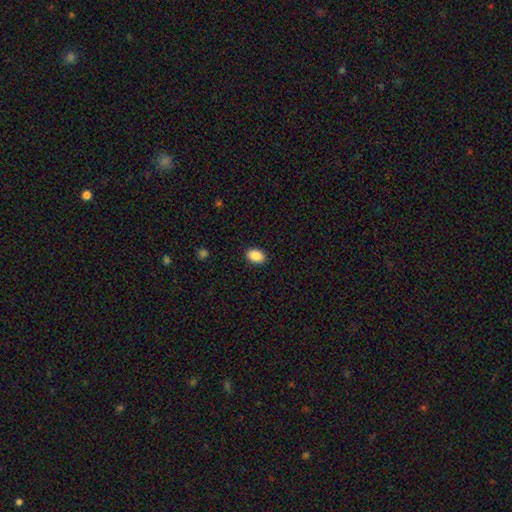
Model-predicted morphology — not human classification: This is clearly a smooth galaxy (89%). How rounded: clearly in between (85%). Merging: clearly none (90%).